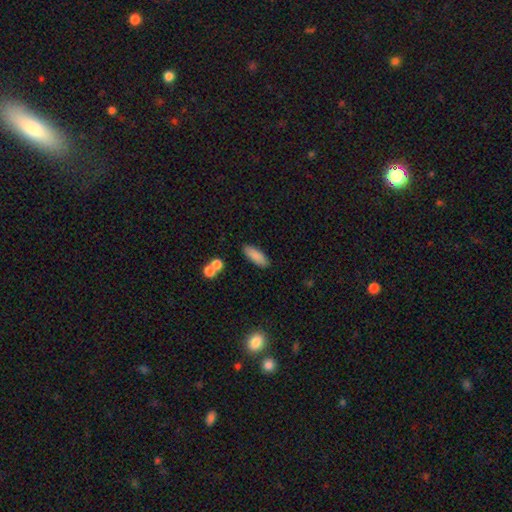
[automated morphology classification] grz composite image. It shows a smooth galaxy with no disk features (86%) that is in between round and cigar-shaped (68%). Merging: none (85%).